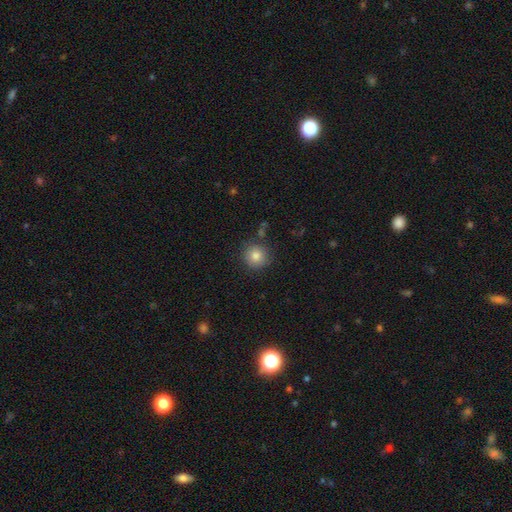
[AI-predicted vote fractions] This is clearly a smooth galaxy (83%). How rounded: clearly round (93%). Merging: clearly none (86%).